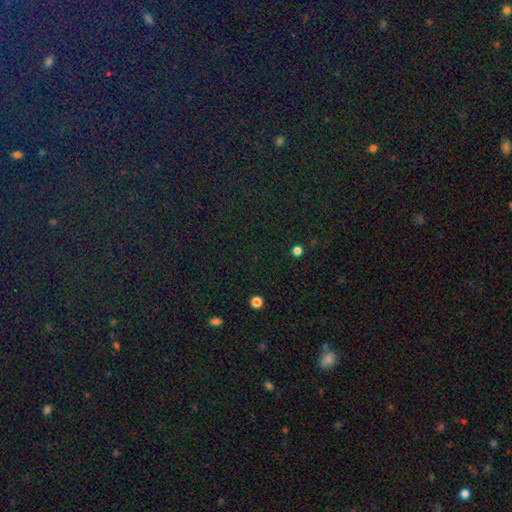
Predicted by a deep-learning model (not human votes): Smooth or featured? Predicted: star or artifact (p=0.80).